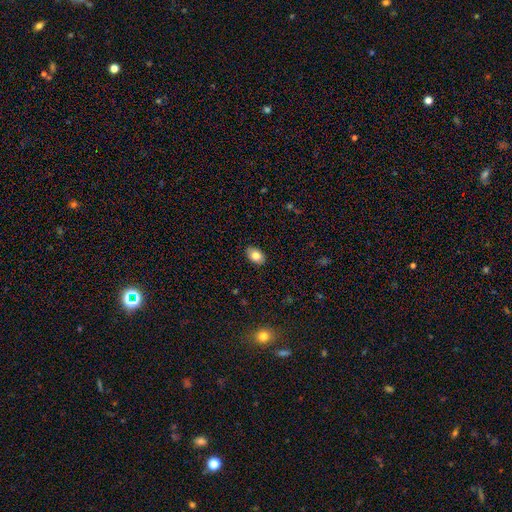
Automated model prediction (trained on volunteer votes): Smooth or featured? Predicted: smooth (p=0.80). How rounded? Predicted: in between (p=0.86). Merging? Predicted: none (p=0.88).